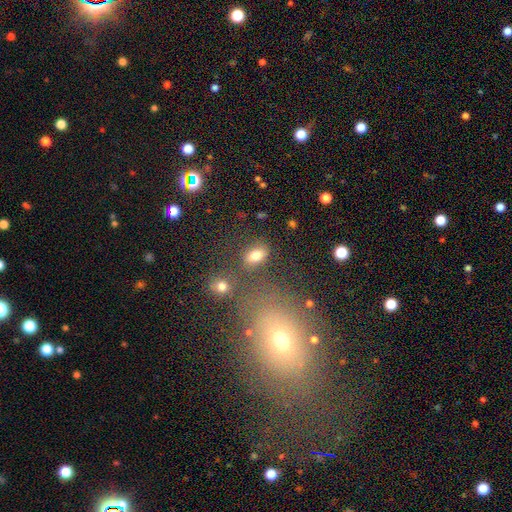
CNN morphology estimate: Q: Smooth or featured?
A: smooth (78%); runner-up: star or artifact (12%)
Q: How rounded?
A: in between (85%); runner-up: round (12%)
Q: Merging?
A: none (77%); runner-up: minor disturbance (12%)